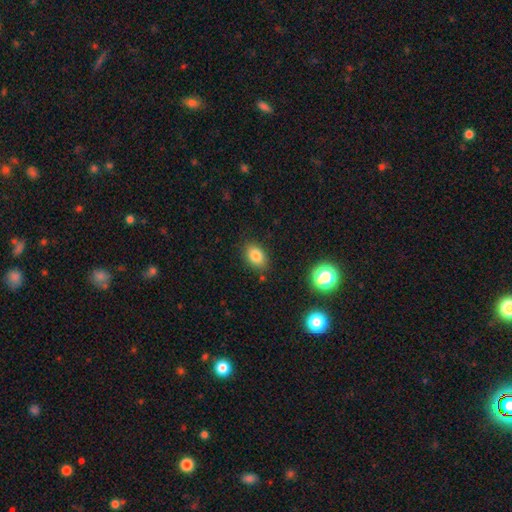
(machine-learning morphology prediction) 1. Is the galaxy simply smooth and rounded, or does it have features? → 83% smooth, 10% star or artifact, 7% featured or disk.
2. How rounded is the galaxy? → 83% in between, 16% round, 1% cigar-shaped.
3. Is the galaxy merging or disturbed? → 84% none, 11% minor disturbance, 3% major disturbance, 2% merger.